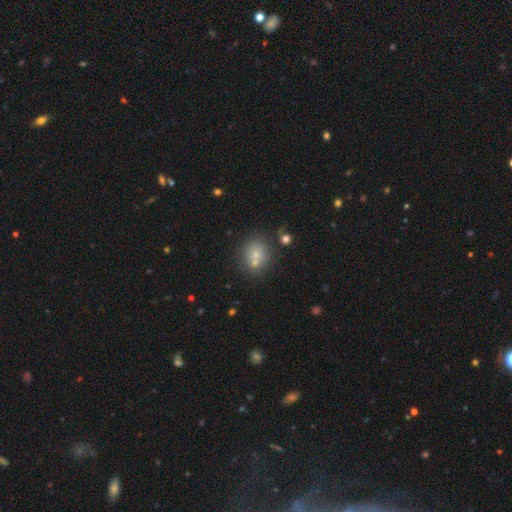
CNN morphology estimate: Overall: smooth (70%). How rounded: round (76%). Merging: none (57%; merger 30%).